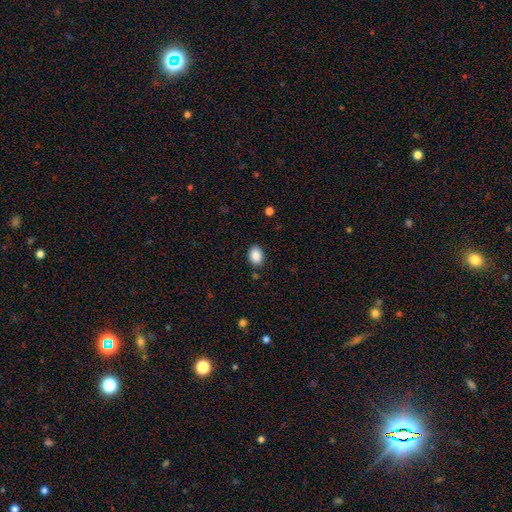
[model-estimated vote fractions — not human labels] This appears to be a smooth galaxy with no disk features (89%) that is in between round and cigar-shaped (69%). Merging: none (85%).